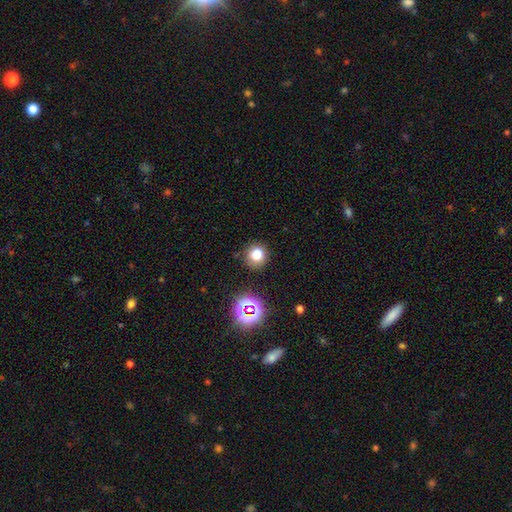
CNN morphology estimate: This appears to be a smooth galaxy with no disk features (74%) that is round (89%). Merging: none (87%).